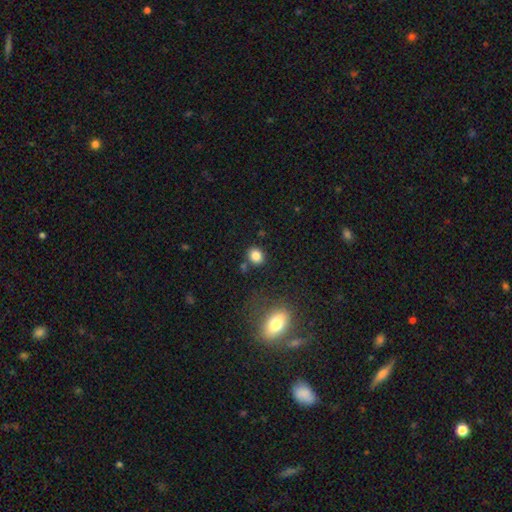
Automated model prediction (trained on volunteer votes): Smooth or featured: smooth — 83% (star or artifact — 11%)
How rounded: round — 68% (in between — 31%)
Merging: none — 81% (minor disturbance — 9%)